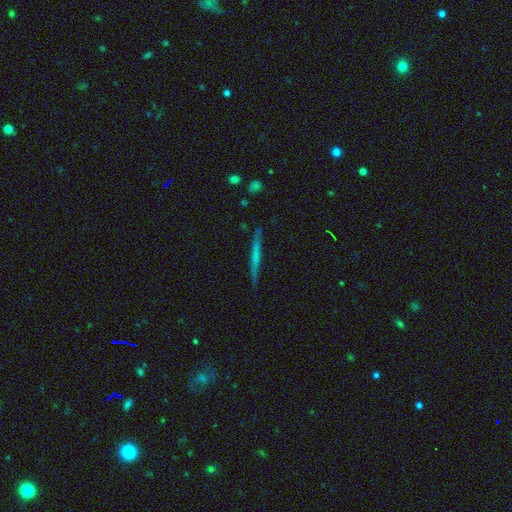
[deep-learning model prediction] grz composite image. It shows a featured or disk galaxy (49%). Merging: none (89%).